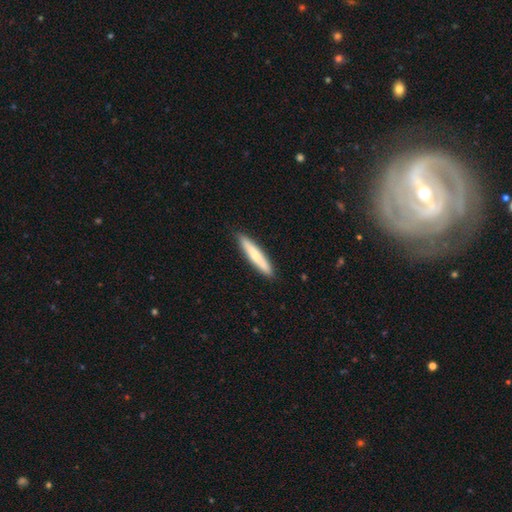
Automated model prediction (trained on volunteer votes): smooth 67%, featured or disk 27%, star or artifact 5%. Down the decision tree: how rounded — cigar-shaped (92%); merging — none (90%).